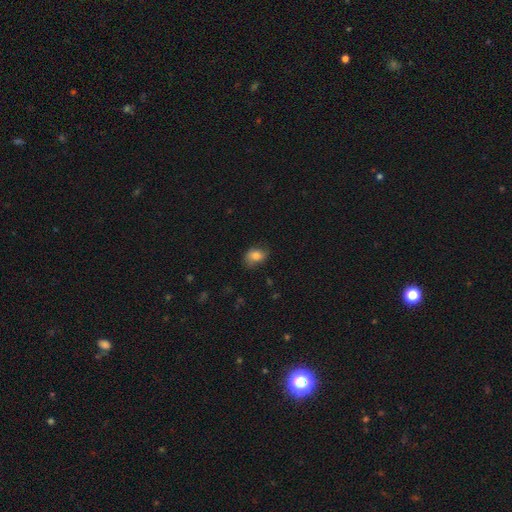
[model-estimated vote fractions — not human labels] Overall: smooth (77%). How rounded: in between (69%; round 30%). Merging: none (68%).